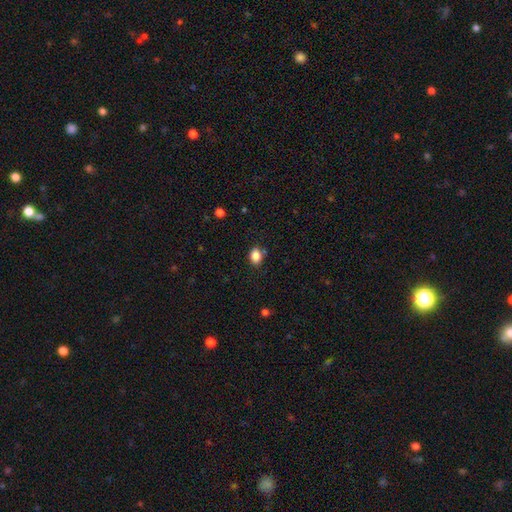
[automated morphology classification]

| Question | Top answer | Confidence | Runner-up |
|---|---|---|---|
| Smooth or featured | smooth | 86% | star or artifact (10%) |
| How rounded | in between | 64% | round (35%) |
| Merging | none | 78% | minor disturbance (14%) |